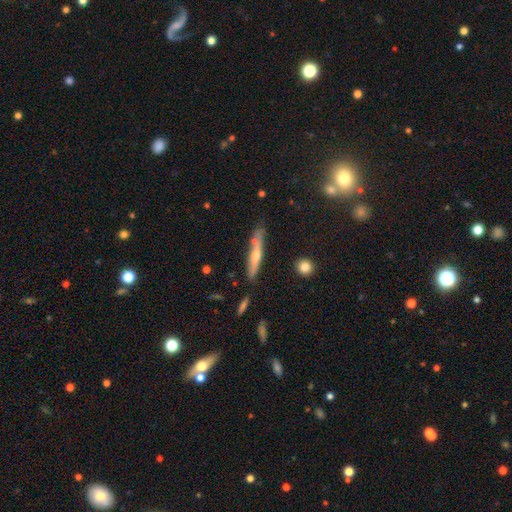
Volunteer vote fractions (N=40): Q: Smooth or featured?
A: featured or disk (55%); runner-up: smooth (45%)
Q: Edge-on disk?
A: yes (86%); runner-up: no (14%)
Q: Edge-on bulge?
A: rounded (79%); runner-up: none (21%)
Q: Merging?
A: none (88%); runner-up: minor disturbance (10%)